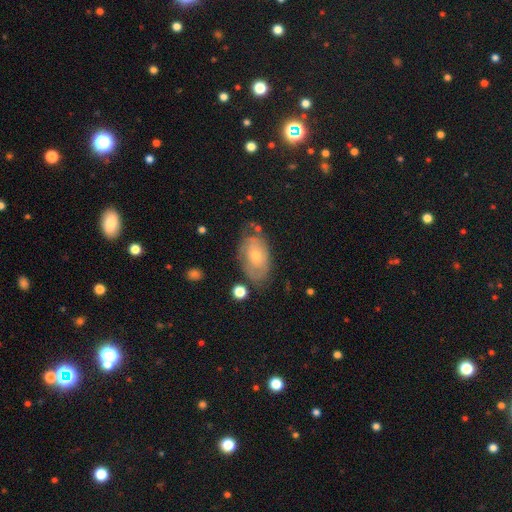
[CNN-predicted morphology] A featured or disk galaxy (50%).

Vote fractions:
- Smooth or featured? featured or disk: 50% / smooth: 42% / star or artifact: 7%
- Edge-on disk? no: 91% / yes: 9%
- Merging? none: 59% / minor disturbance: 26% / major disturbance: 10% / merger: 4%